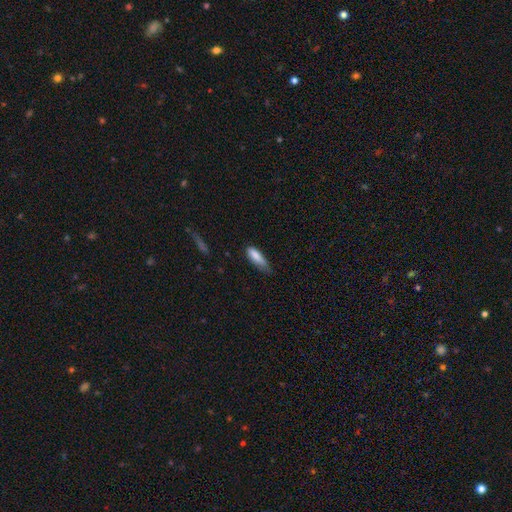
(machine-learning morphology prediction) This appears to be a smooth galaxy with no disk features (84%) that is in between round and cigar-shaped (50%). Merging: none (48%).